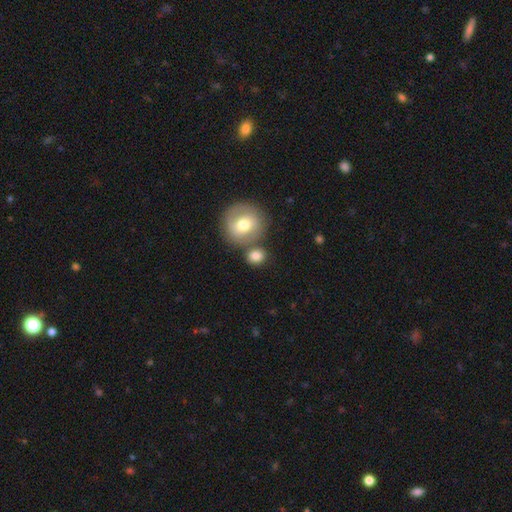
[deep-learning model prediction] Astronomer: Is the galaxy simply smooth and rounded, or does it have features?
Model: smooth — 79%.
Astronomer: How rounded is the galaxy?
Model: round — 74%.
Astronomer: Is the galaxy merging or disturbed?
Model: none — 62%.